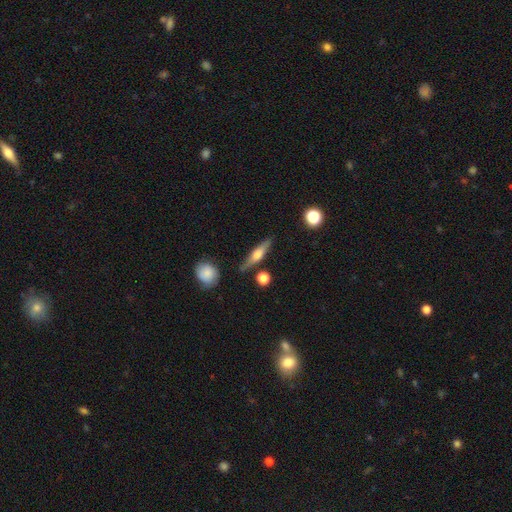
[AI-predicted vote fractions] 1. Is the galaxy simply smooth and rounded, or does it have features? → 61% featured or disk, 32% smooth, 7% star or artifact.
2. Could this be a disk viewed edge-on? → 95% yes, 5% no.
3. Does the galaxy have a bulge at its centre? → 87% rounded, 8% boxy, 4% none.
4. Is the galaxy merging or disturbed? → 84% none, 10% minor disturbance, 4% merger, 2% major disturbance.